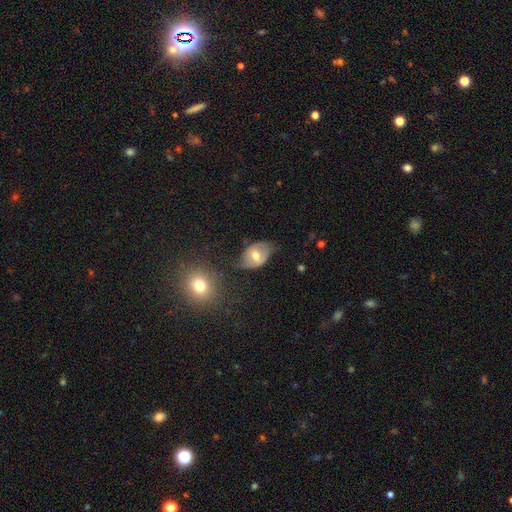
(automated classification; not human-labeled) A smooth galaxy with no disk features (51%) that is in between round and cigar-shaped (78%).

Vote fractions:
- Smooth or featured? smooth: 51% / featured or disk: 41% / star or artifact: 8%
- How rounded? in between: 78% / round: 21% / cigar-shaped: 1%
- Merging? none: 53% / minor disturbance: 31% / major disturbance: 12% / merger: 4%